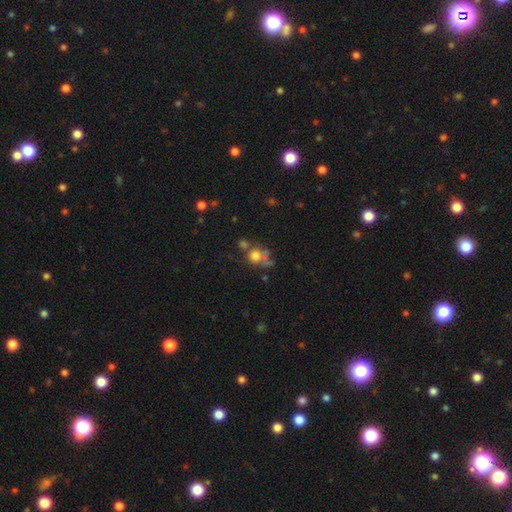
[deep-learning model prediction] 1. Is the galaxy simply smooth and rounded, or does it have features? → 70% smooth, 16% featured or disk, 14% star or artifact.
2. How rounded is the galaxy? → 78% round, 20% in between, 1% cigar-shaped.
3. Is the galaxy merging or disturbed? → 40% none, 31% merger, 15% minor disturbance, 14% major disturbance.